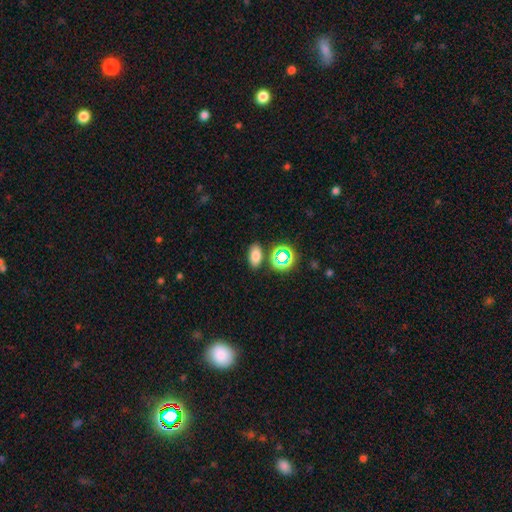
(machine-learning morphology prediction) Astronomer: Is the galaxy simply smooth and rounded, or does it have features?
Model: smooth — 72%.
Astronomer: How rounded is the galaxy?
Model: in between — 86%.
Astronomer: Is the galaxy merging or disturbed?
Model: none — 81%.